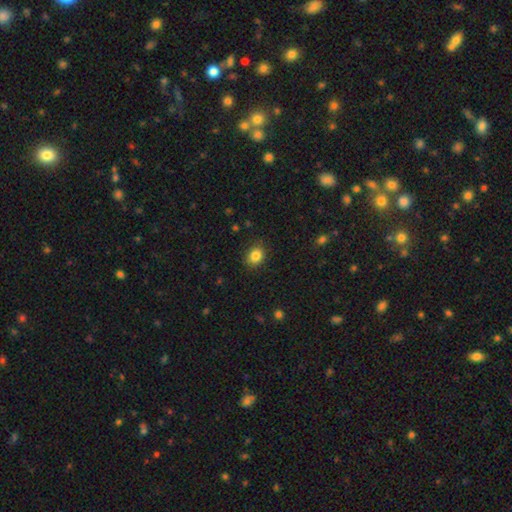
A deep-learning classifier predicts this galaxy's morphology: The model was most divided on "how rounded": round: 62%, in between: 37%, cigar-shaped: 1%. More confident: merging — none (87%); smooth or featured — smooth (85%).